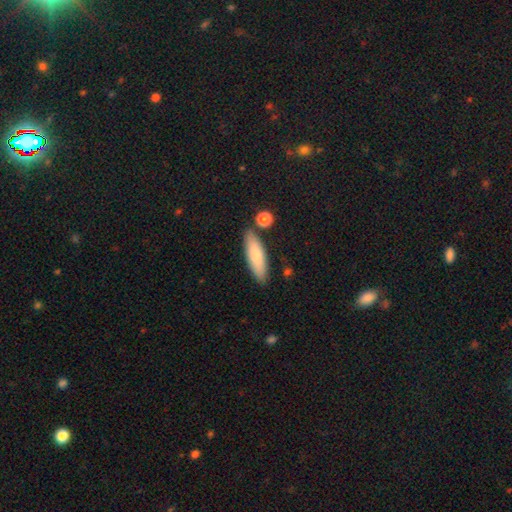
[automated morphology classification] Smooth or featured? smooth (76%)
How rounded? cigar-shaped (51%)
Merging? none (82%)